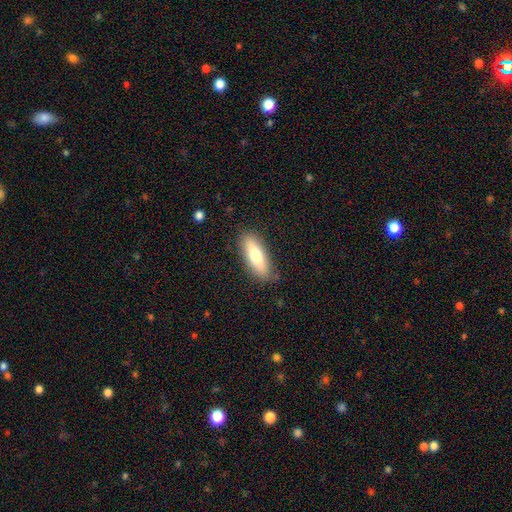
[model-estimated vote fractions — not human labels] A smooth galaxy with no disk features (65%) that is in between round and cigar-shaped (53%). Merging: none (85%).